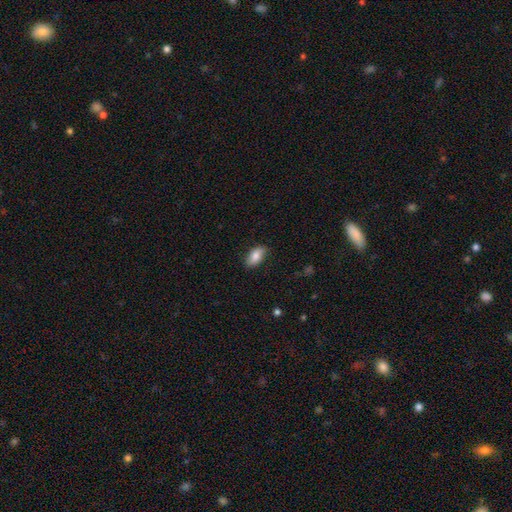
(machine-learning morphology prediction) A smooth galaxy with no disk features (82%) that is in between round and cigar-shaped (92%). Merging: none (83%).